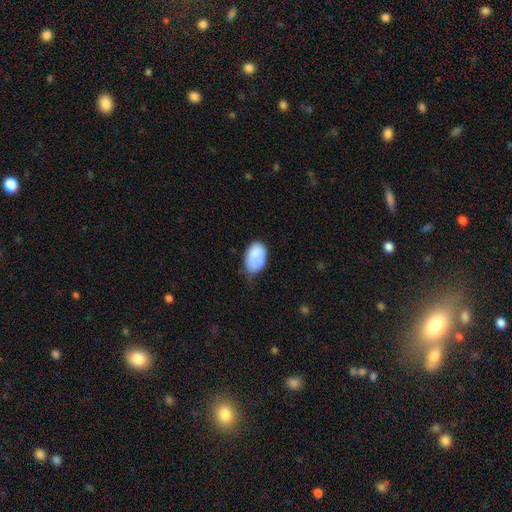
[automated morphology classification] This is clearly a smooth galaxy (82%). How rounded: clearly in between (90%). Merging: marginally none (43%).